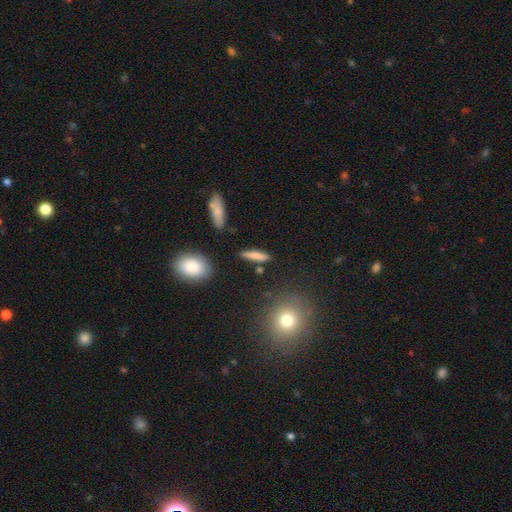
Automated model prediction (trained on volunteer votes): A smooth galaxy with no disk features (75%) that is cigar-shaped (77%).

Vote fractions:
- Smooth or featured? smooth: 75% / featured or disk: 17% / star or artifact: 8%
- How rounded? cigar-shaped: 77% / in between: 20% / round: 3%
- Merging? none: 83% / minor disturbance: 10% / merger: 4% / major disturbance: 3%